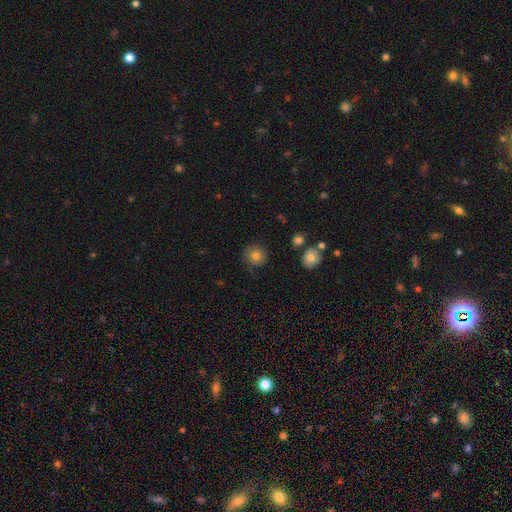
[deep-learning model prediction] Q: Smooth or featured?
A: smooth (80%); runner-up: star or artifact (11%)
Q: How rounded?
A: round (90%); runner-up: in between (9%)
Q: Merging?
A: none (85%); runner-up: minor disturbance (10%)